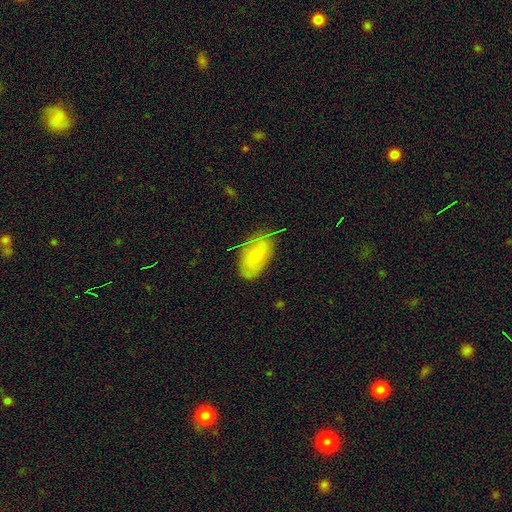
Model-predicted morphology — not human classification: type=smooth (58%); roundness=in between (93%); merging=none (55%).